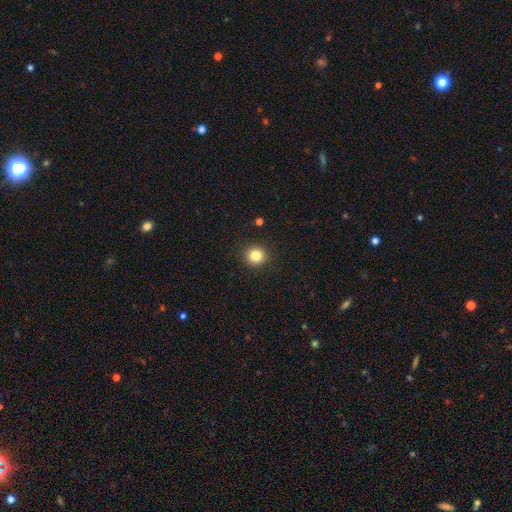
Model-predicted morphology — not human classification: This is clearly a smooth galaxy (84%). How rounded: clearly round (92%). Merging: clearly none (92%).